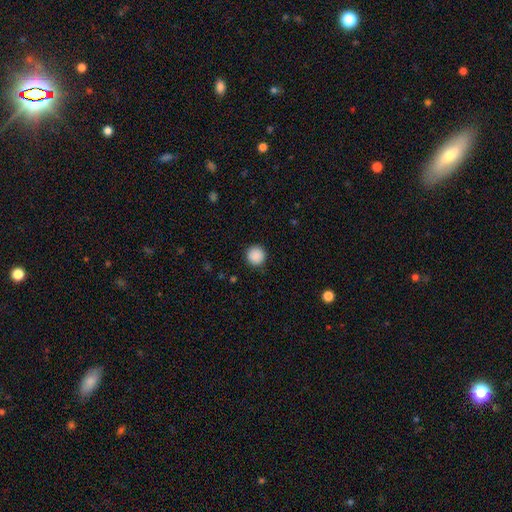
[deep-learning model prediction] This appears to be a smooth galaxy with no disk features (89%) that is round (96%). Merging: none (92%).